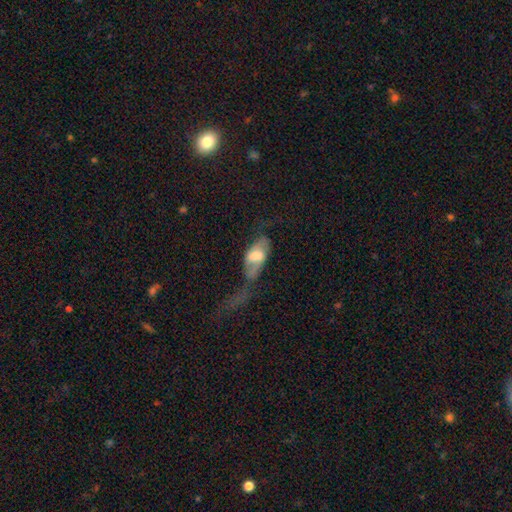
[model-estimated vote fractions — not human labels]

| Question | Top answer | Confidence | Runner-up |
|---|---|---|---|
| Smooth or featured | smooth | 48% | featured or disk (44%) |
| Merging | major disturbance | 53% | none (21%) |